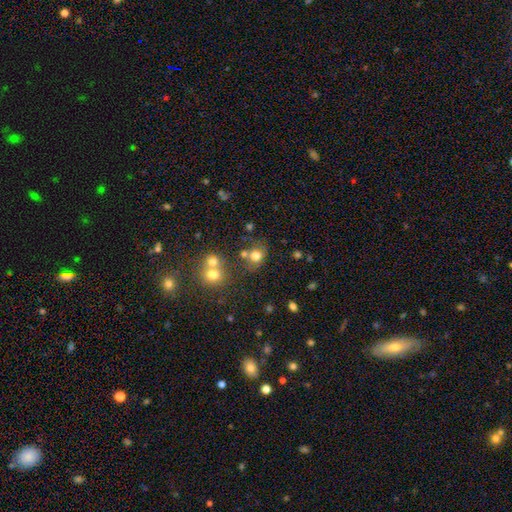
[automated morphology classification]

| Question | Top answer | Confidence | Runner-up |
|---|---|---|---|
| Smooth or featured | smooth | 75% | star or artifact (15%) |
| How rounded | round | 73% | in between (26%) |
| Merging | none | 59% | merger (22%) |